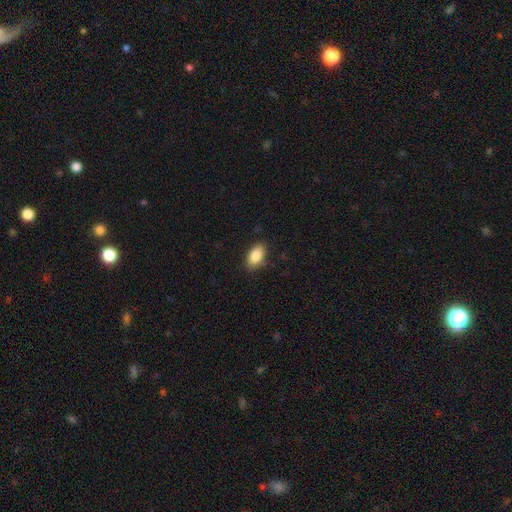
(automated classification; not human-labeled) Smooth or featured? Predicted: smooth (p=0.85). How rounded? Predicted: in between (p=0.91). Merging? Predicted: none (p=0.81).